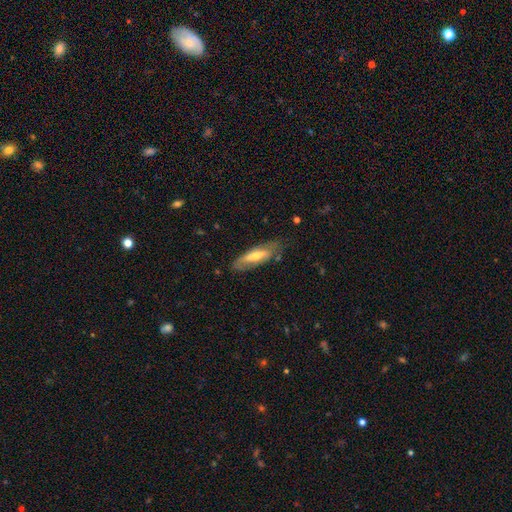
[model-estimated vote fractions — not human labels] smooth-or-featured: featured or disk: 51% | smooth: 42% | star or artifact: 6%
  disk-edge-on: no: 62% | yes: 38%
  merging: none: 71% | minor disturbance: 21% | major disturbance: 7% | merger: 2%